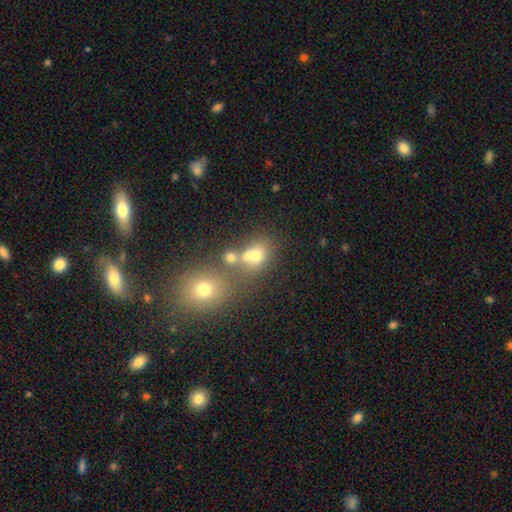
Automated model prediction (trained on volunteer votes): smooth_or_featured: smooth (p=0.65) [alt: star or artifact p=0.19]
how_rounded: round (p=0.60) [alt: in between p=0.38]
merging: merger (p=0.42) [alt: none p=0.41]